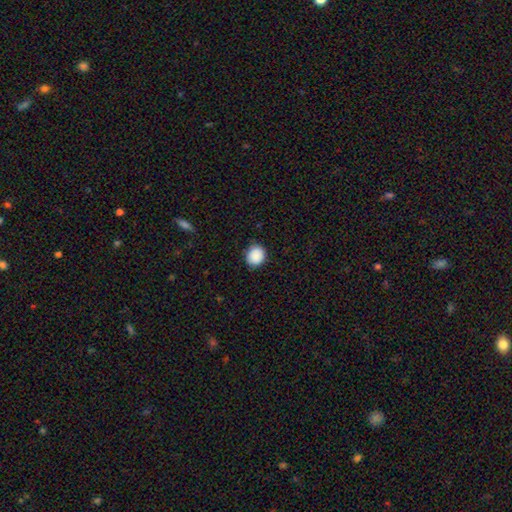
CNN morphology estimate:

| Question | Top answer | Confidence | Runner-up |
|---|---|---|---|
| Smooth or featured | smooth | 89% | star or artifact (8%) |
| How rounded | round | 76% | in between (24%) |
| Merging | none | 86% | minor disturbance (11%) |